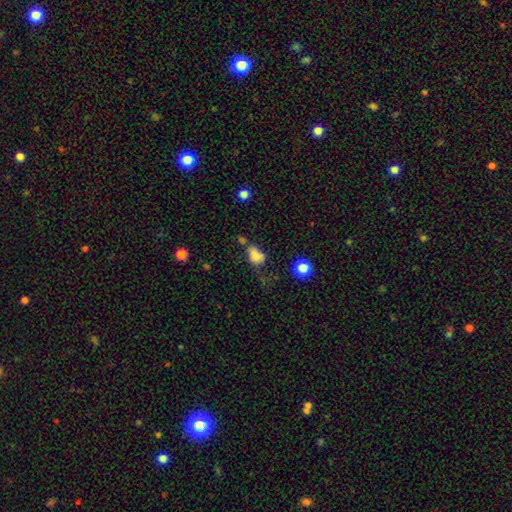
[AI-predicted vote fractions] Smooth or featured? Predicted: smooth (p=0.74). How rounded? Predicted: in between (p=0.75). Merging? Predicted: none (p=0.31).